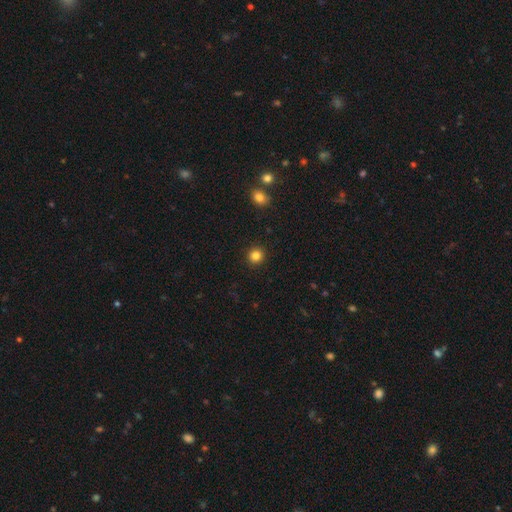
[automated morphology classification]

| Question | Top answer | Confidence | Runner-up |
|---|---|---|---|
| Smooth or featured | smooth | 84% | star or artifact (12%) |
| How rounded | round | 92% | in between (7%) |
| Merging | none | 92% | minor disturbance (5%) |